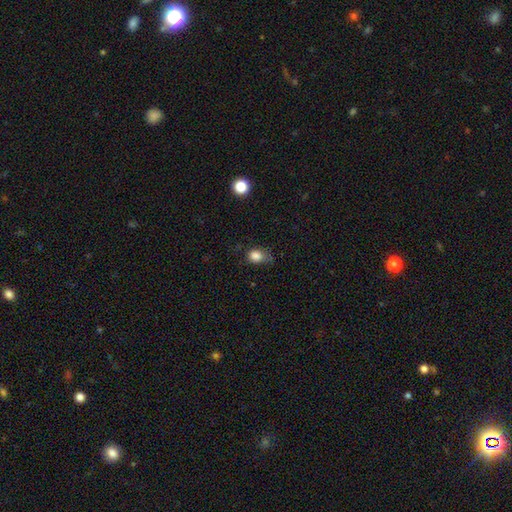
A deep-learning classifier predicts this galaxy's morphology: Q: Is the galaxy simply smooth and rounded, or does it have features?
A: smooth — 83%.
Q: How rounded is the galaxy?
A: in between — 56%.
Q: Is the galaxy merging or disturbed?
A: none — 50%.